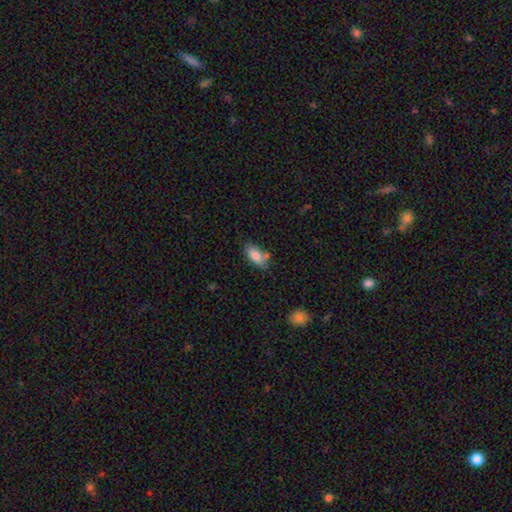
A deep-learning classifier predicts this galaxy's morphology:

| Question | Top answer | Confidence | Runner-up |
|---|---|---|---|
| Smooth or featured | smooth | 83% | featured or disk (9%) |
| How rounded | in between | 90% | cigar-shaped (6%) |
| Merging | none | 60% | minor disturbance (23%) |